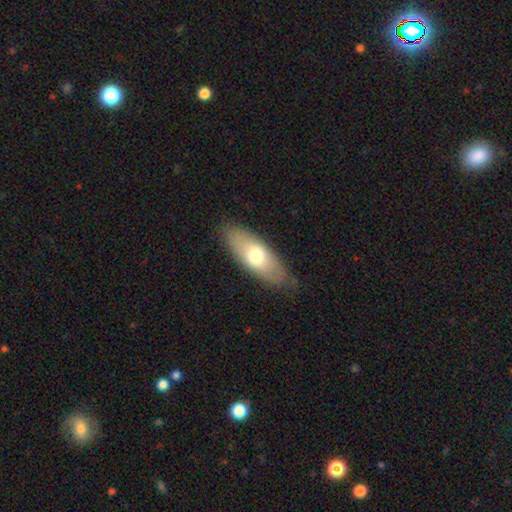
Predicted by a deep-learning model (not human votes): Smooth or featured?
  - smooth: 66% *
  - featured or disk: 28%
  - star or artifact: 6%
How rounded?
  - in between: 78% *
  - cigar-shaped: 19%
  - round: 3%
Merging?
  - none: 81% *
  - minor disturbance: 14%
  - major disturbance: 4%
  - merger: 1%